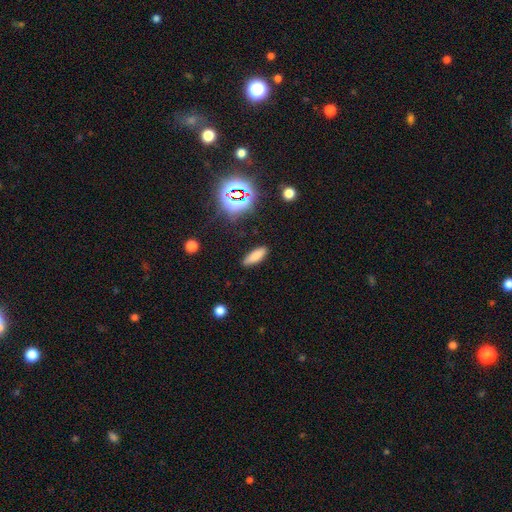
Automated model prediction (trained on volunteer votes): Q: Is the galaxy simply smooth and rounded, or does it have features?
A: smooth — 79%.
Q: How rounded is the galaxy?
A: in between — 57%.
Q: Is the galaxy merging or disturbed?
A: none — 88%.